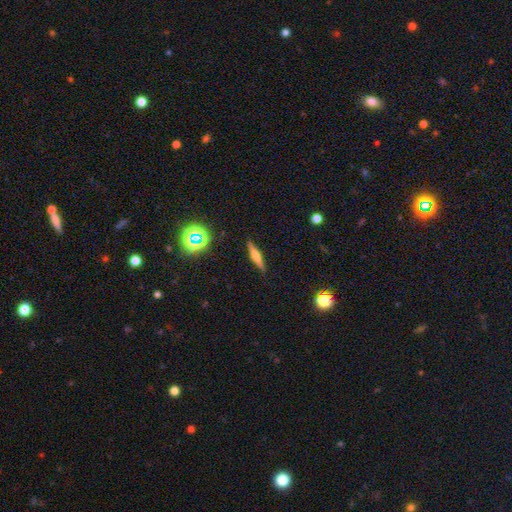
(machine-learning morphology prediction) Smooth or featured?
  - featured or disk: 58% *
  - smooth: 32%
  - star or artifact: 10%
Edge-on disk?
  - yes: 96% *
  - no: 4%
Edge-on bulge?
  - rounded: 88% *
  - boxy: 6%
  - none: 6%
Merging?
  - none: 90% *
  - minor disturbance: 7%
  - major disturbance: 2%
  - merger: 1%